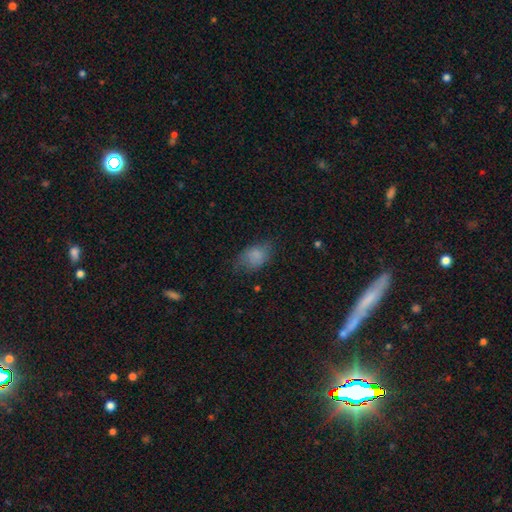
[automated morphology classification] Smooth or featured? smooth (81%)
How rounded? in between (83%)
Merging? none (61%)